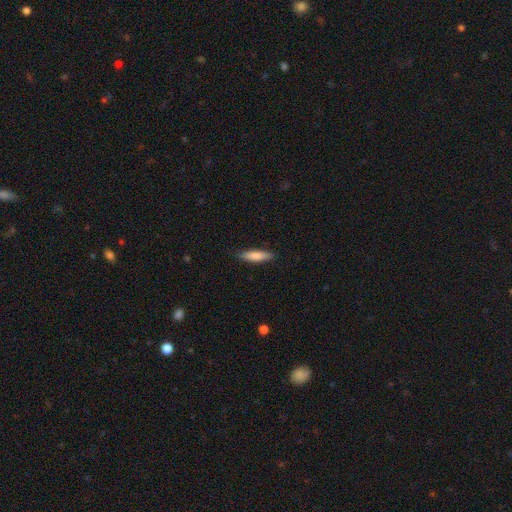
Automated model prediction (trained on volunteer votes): smooth-or-featured: smooth: 78% | featured or disk: 16% | star or artifact: 6%
  how-rounded: cigar-shaped: 71% | in between: 28% | round: 2%
  merging: none: 87% | minor disturbance: 10% | major disturbance: 2% | merger: 1%